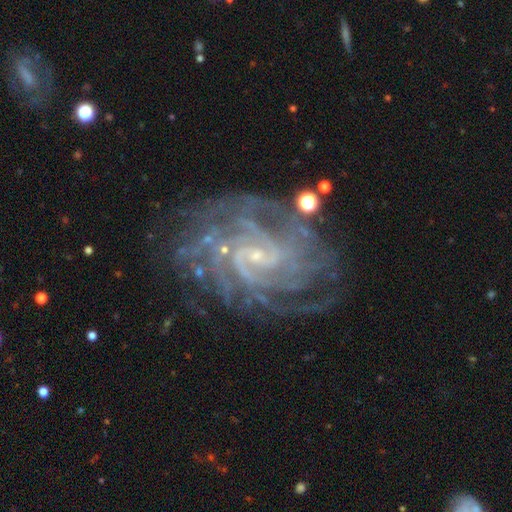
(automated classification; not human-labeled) This is clearly a featured or disk galaxy (89%). It is clearly not viewed edge-on (98%). Bar: possibly weak (45%). Spiral arm pattern: clearly yes (98%). Spiral arm count: marginally can't tell (24%). Spiral winding: likely tight (68%). Central bulge: clearly small (82%). Merging: likely none (71%).